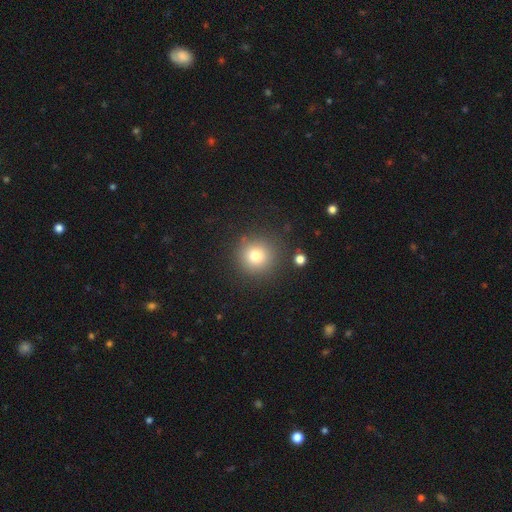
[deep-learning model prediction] Q: Smooth or featured?
A: smooth (77%); runner-up: star or artifact (14%)
Q: How rounded?
A: round (94%); runner-up: in between (5%)
Q: Merging?
A: none (86%); runner-up: minor disturbance (8%)